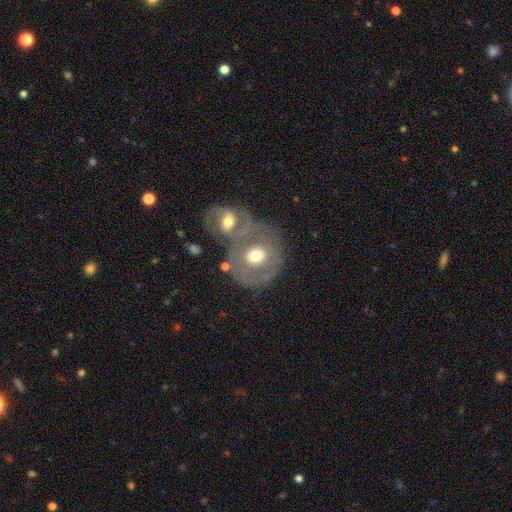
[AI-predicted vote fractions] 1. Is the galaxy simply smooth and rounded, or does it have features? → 48% featured or disk, 44% smooth, 7% star or artifact.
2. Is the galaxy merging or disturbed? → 41% none (tied), 41% merger (tied), 11% minor disturbance, 7% major disturbance.